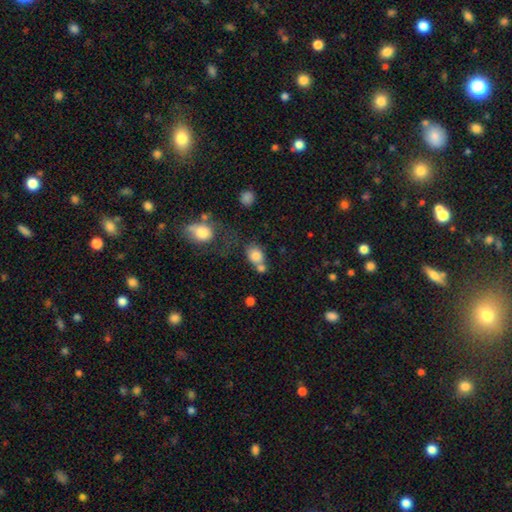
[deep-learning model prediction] Smooth or featured? smooth (78%)
How rounded? round (54%)
Merging? merger (43%)